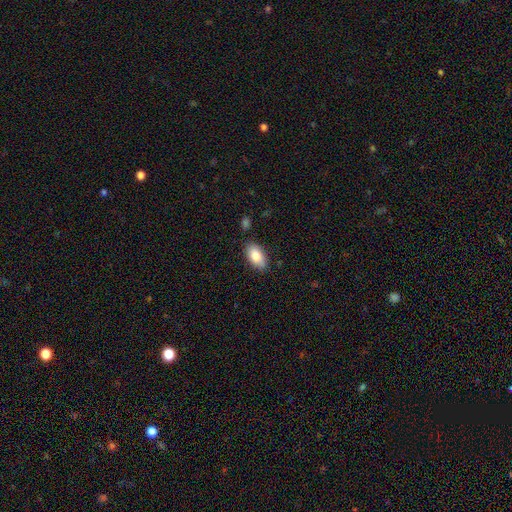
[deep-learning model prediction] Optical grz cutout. It shows a smooth galaxy with no disk features (83%) that is in between round and cigar-shaped (93%). Merging: none (82%).